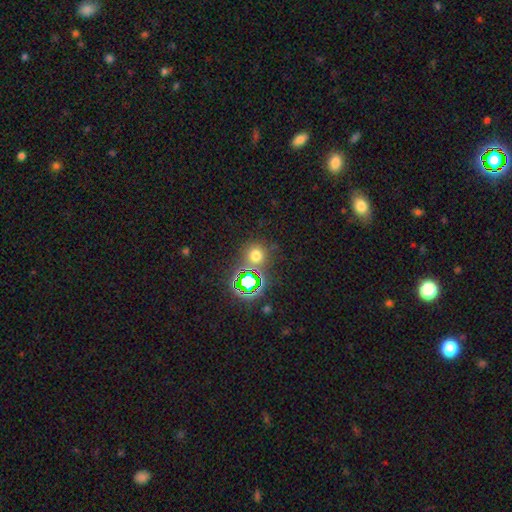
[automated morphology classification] This is possibly a smooth galaxy (59%). How rounded: clearly round (88%). Merging: likely none (76%).